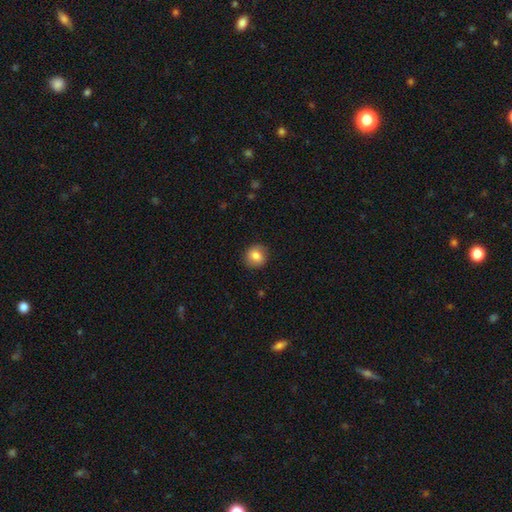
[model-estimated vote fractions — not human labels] A smooth galaxy with no disk features (81%) that is round (86%).

Vote fractions:
- Smooth or featured? smooth: 81% / featured or disk: 10% / star or artifact: 9%
- How rounded? round: 86% / in between: 14% / cigar-shaped: 1%
- Merging? none: 87% / minor disturbance: 9% / major disturbance: 2% / merger: 1%